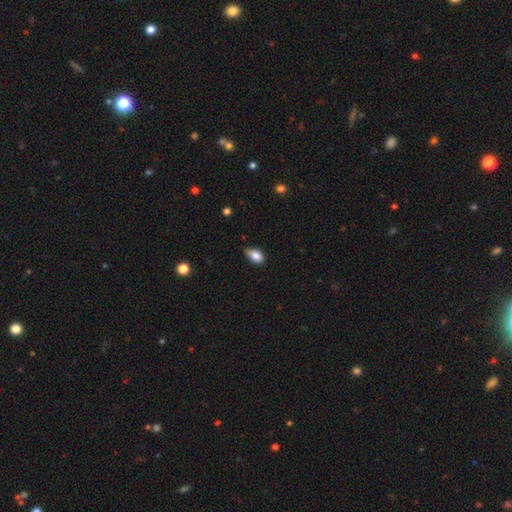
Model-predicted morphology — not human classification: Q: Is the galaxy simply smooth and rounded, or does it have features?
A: smooth — 83%.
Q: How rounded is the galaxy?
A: in between — 85%.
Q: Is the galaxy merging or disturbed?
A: none — 53%.